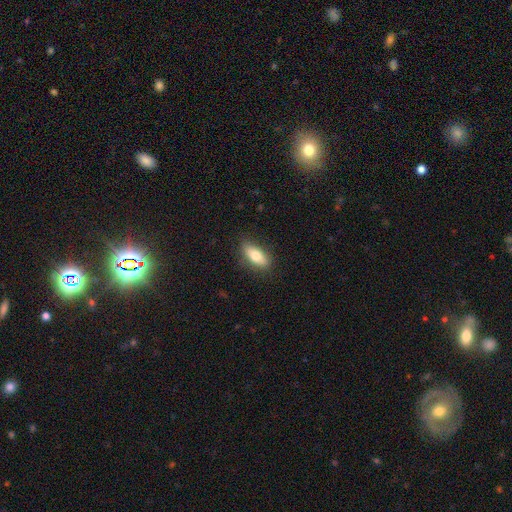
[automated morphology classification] Overall: smooth (73%). How rounded: in between (79%). Merging: none (85%).